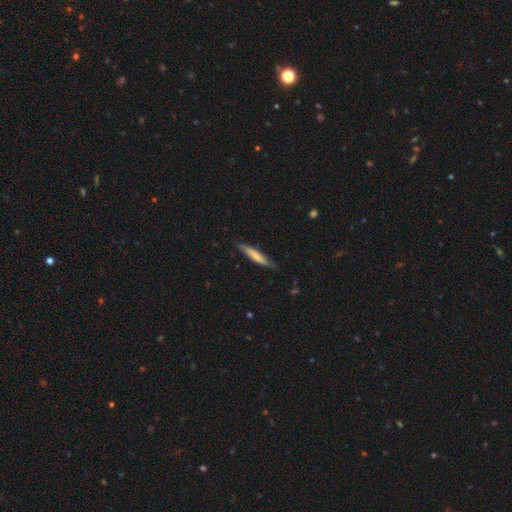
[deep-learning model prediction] The model was most divided on "smooth or featured": smooth: 66%, featured or disk: 29%, star or artifact: 5%. More confident: how rounded — cigar-shaped (91%); merging — none (83%).